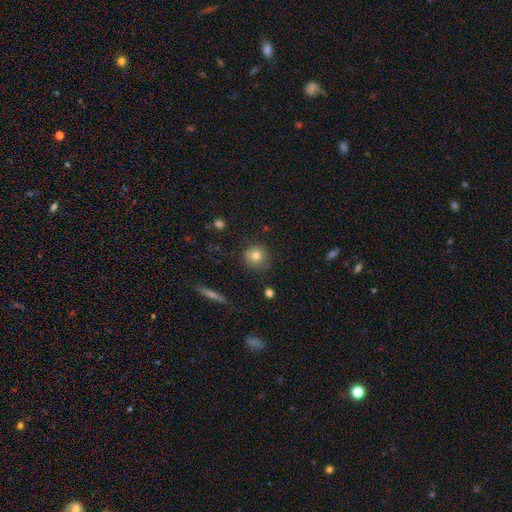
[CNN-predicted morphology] smooth_or_featured: smooth (p=0.76) [alt: featured or disk p=0.13]
how_rounded: round (p=0.89) [alt: in between p=0.10]
merging: none (p=0.79) [alt: minor disturbance p=0.14]